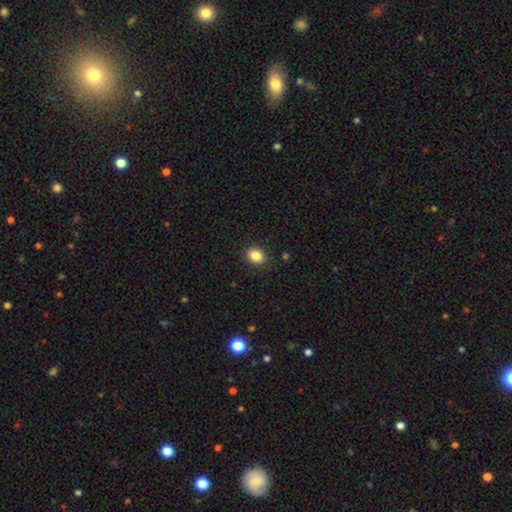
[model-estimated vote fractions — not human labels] Q: Smooth or featured?
A: smooth (85%); runner-up: star or artifact (10%)
Q: How rounded?
A: round (55%); runner-up: in between (44%)
Q: Merging?
A: none (90%); runner-up: minor disturbance (7%)